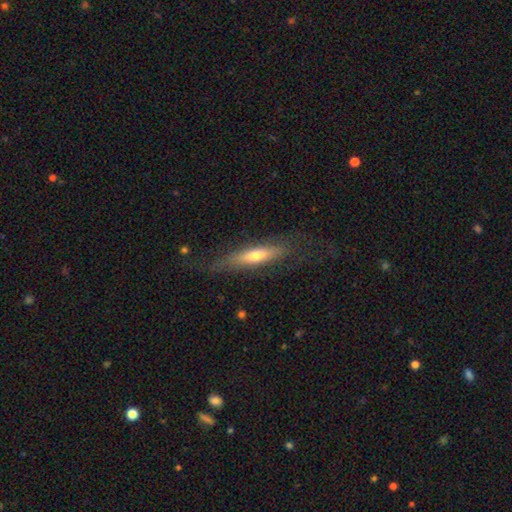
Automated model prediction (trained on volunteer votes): A featured or disk galaxy (47%). Merging: none (75%).